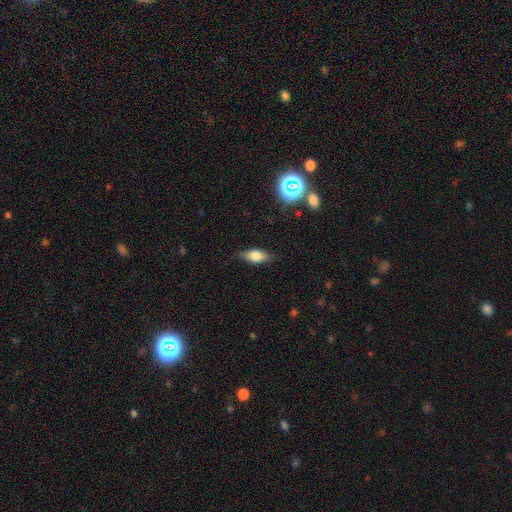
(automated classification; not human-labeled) Smooth or featured?
  - smooth: 71% *
  - featured or disk: 20%
  - star or artifact: 9%
How rounded?
  - in between: 80% *
  - cigar-shaped: 16%
  - round: 5%
Merging?
  - none: 79% *
  - minor disturbance: 16%
  - major disturbance: 4%
  - merger: 1%